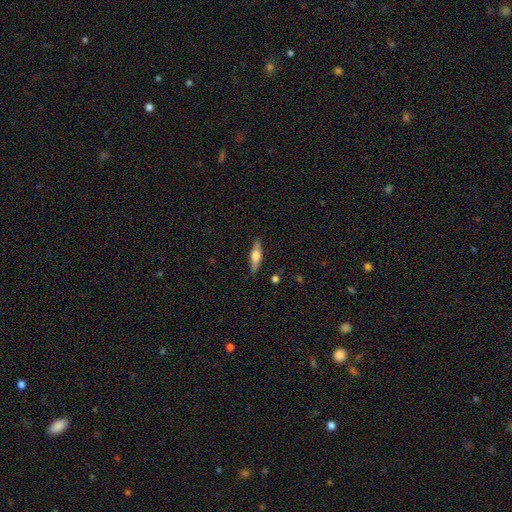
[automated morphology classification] Q: Smooth or featured?
A: featured or disk (54%); runner-up: smooth (40%)
Q: Edge-on disk?
A: yes (95%); runner-up: no (5%)
Q: Edge-on bulge?
A: rounded (91%); runner-up: boxy (7%)
Q: Merging?
A: none (87%); runner-up: minor disturbance (9%)